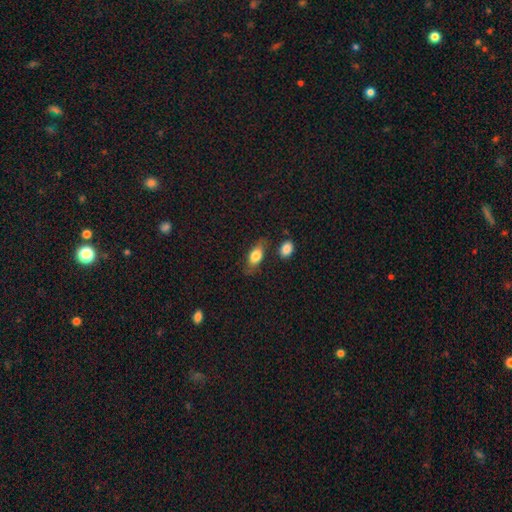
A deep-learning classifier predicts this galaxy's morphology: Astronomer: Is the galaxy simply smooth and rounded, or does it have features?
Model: smooth — 74%.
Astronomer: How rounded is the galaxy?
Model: in between — 82%.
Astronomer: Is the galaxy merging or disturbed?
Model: none — 70%.